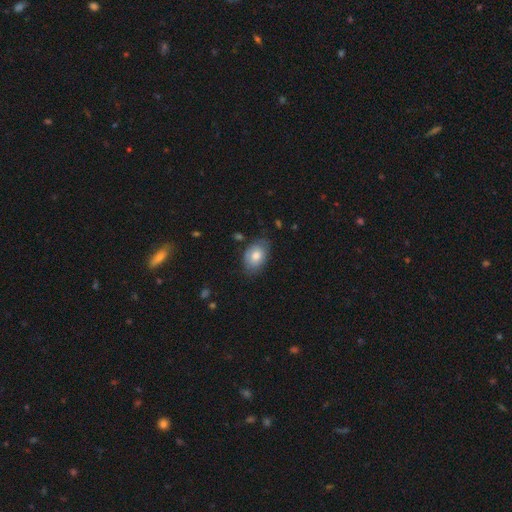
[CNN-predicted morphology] The model was most divided on "merging": none: 72%, minor disturbance: 22%, major disturbance: 4%, merger: 2%. More confident: how rounded — in between (83%); smooth or featured — smooth (76%).